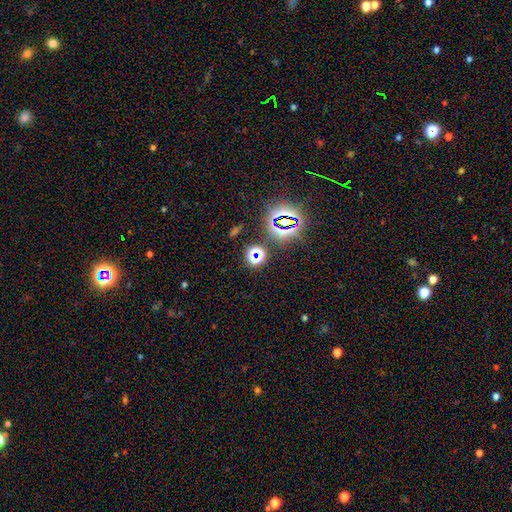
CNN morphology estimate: Q: Smooth or featured?
A: star or artifact (70%); runner-up: smooth (22%)